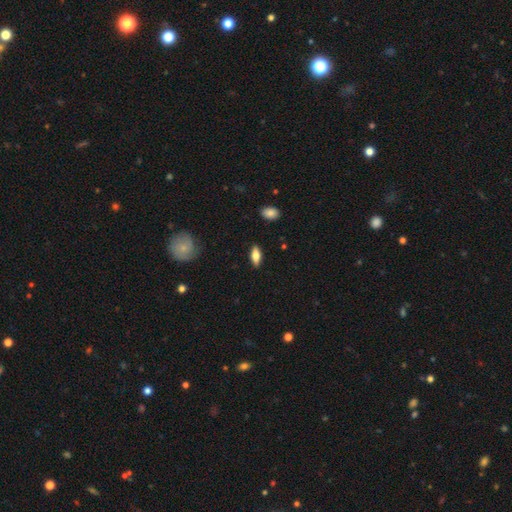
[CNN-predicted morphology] A smooth galaxy with no disk features (67%) that is in between round and cigar-shaped (76%). Merging: none (87%).